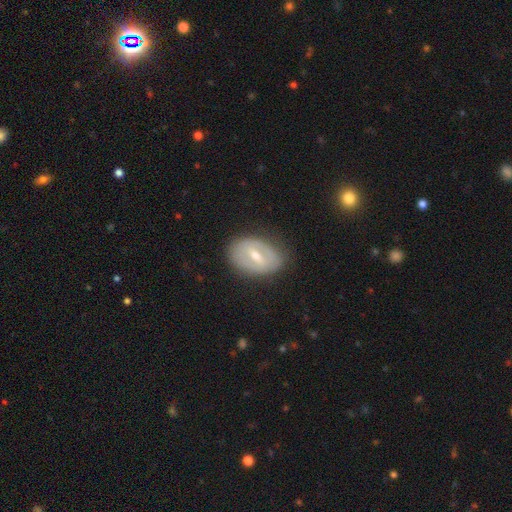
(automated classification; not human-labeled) featured or disk 59%, smooth 34%, star or artifact 7%. Down the decision tree: edge-on disk — no (91%); bar — weak (44%); spiral arms — no (69%); bulge size — moderate (56%); merging — none (78%).